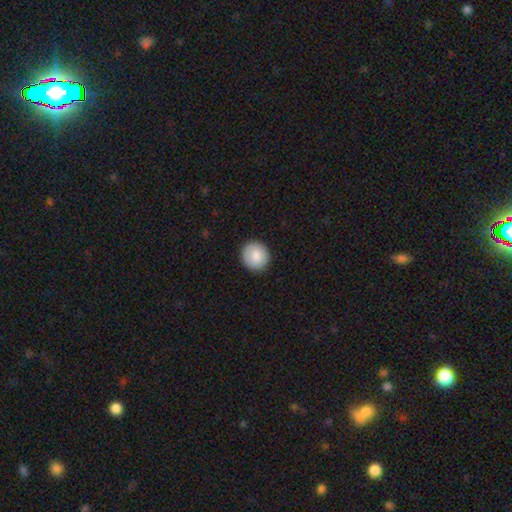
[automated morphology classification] smooth 85%, featured or disk 8%, star or artifact 7%. Down the decision tree: how rounded — round (90%); merging — none (91%).